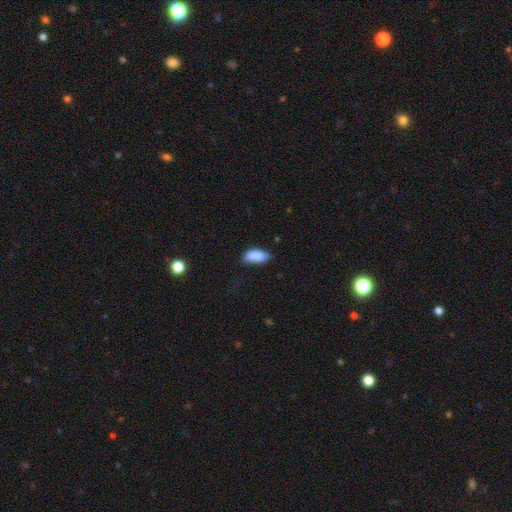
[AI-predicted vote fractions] Overall: smooth (87%). How rounded: in between (88%). Merging: none (59%; minor disturbance 31%).